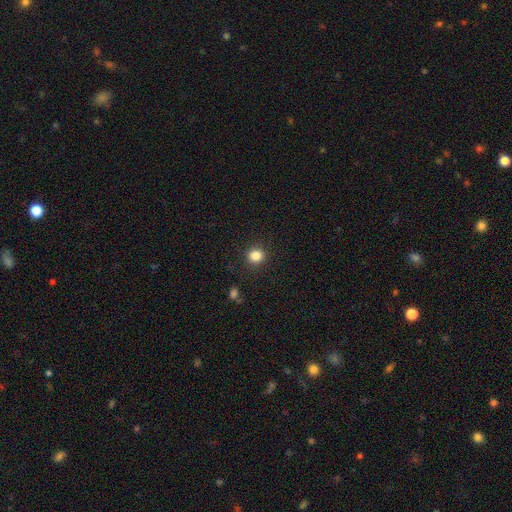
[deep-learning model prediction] Morphology: type=smooth (85%); roundness=round (86%); merging=none (90%).